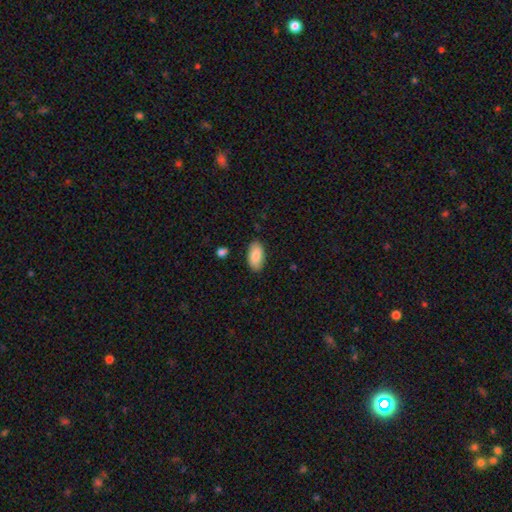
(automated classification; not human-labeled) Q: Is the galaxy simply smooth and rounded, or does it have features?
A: smooth — 86%.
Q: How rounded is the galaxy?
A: in between — 95%.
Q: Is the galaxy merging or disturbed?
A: none — 85%.